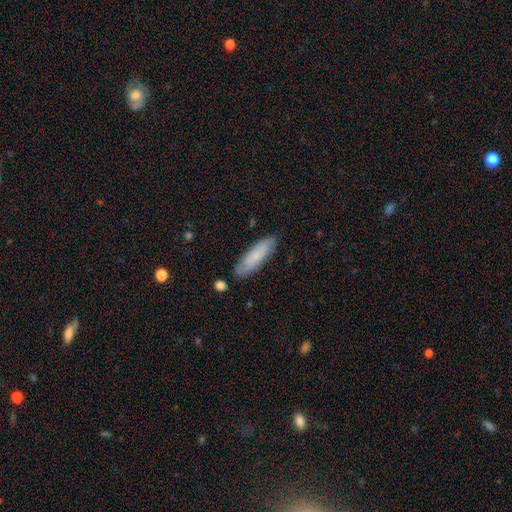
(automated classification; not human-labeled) smooth_or_featured: smooth (p=0.77) [alt: featured or disk p=0.17]
how_rounded: cigar-shaped (p=0.57) [alt: in between p=0.42]
merging: none (p=0.83) [alt: minor disturbance p=0.13]